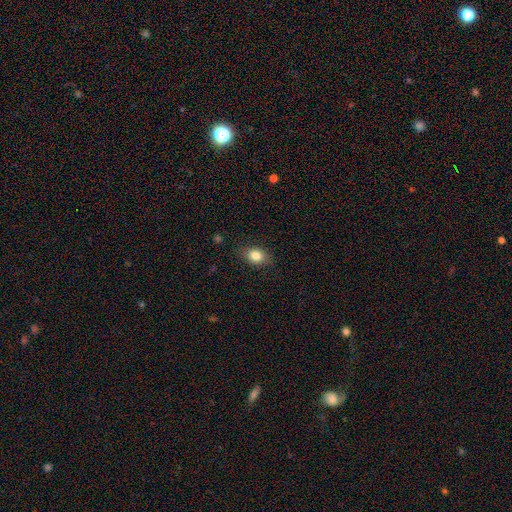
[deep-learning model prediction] Smooth or featured?
  - smooth: 83% *
  - star or artifact: 9%
  - featured or disk: 8%
How rounded?
  - in between: 69% *
  - round: 29%
  - cigar-shaped: 2%
Merging?
  - none: 83% *
  - minor disturbance: 13%
  - major disturbance: 3%
  - merger: 1%